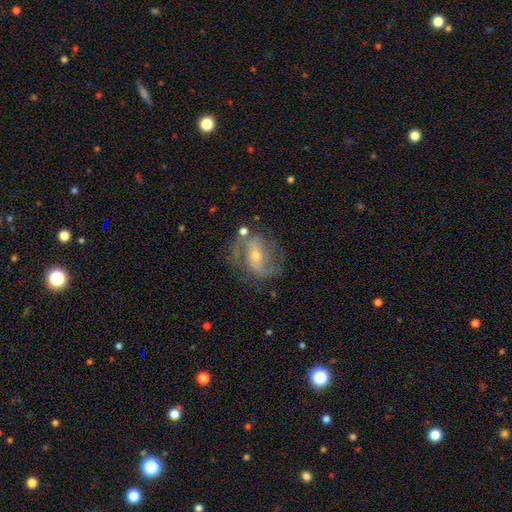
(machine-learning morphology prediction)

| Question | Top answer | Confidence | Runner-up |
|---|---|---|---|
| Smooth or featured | featured or disk | 81% | smooth (12%) |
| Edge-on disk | no | 96% | yes (4%) |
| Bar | weak | 39% | no (31%) |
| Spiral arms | yes | 88% | no (12%) |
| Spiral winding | medium | 48% | tight (27%) |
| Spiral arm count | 2 | 73% | can't tell (13%) |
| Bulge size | small | 50% | moderate (46%) |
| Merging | none | 63% | minor disturbance (20%) |